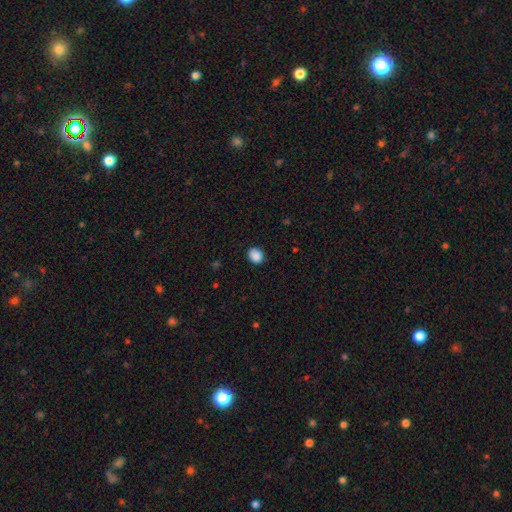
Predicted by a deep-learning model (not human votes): A smooth galaxy with no disk features (89%) that is round (51%). Merging: none (87%).